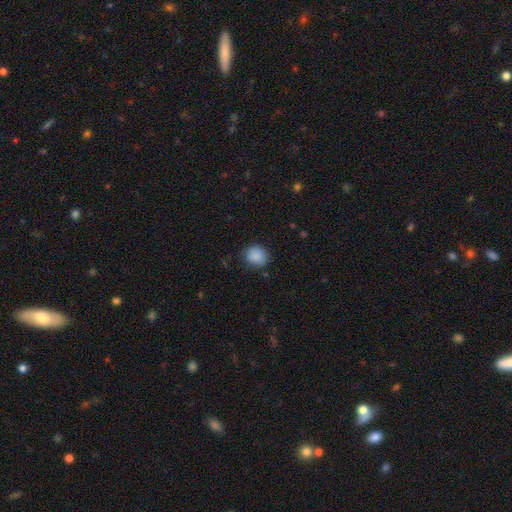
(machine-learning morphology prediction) type=smooth (87%); roundness=round (75%); merging=none (77%).